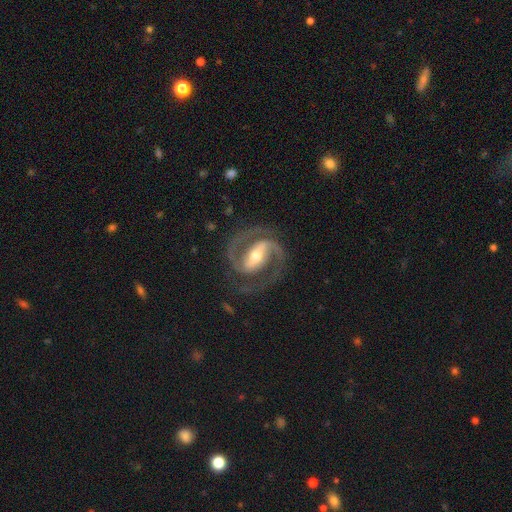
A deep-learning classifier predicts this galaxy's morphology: A featured or disk galaxy (93%) with a strong bar (63%), 2 (94%) medium (62%) spiral arms (98%) and a moderate central bulge (64%).

Vote fractions:
- Smooth or featured? featured or disk: 93% / star or artifact: 4% / smooth: 3%
- Edge-on disk? no: 98% / yes: 2%
- Bar? strong: 63% / weak: 27% / no: 10%
- Spiral arms? yes: 98% / no: 2%
- Spiral winding? medium: 62% / tight: 29% / loose: 9%
- Spiral arm count? 2: 94% / can't tell: 1% / 1: 1% / 3: 1% / 4: 1% / more than 4: 1%
- Bulge size? moderate: 64% / small: 28% / large: 6% / none: 1% / dominant: 1%
- Merging? none: 82% / minor disturbance: 11% / major disturbance: 6% / merger: 1%